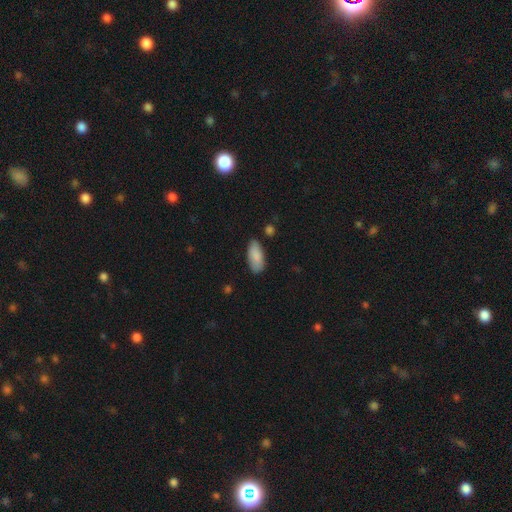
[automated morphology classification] A smooth galaxy with no disk features (86%) that is in between round and cigar-shaped (88%).

Vote fractions:
- Smooth or featured? smooth: 86% / featured or disk: 8% / star or artifact: 6%
- How rounded? in between: 88% / cigar-shaped: 10% / round: 2%
- Merging? none: 78% / minor disturbance: 17% / major disturbance: 3% / merger: 2%